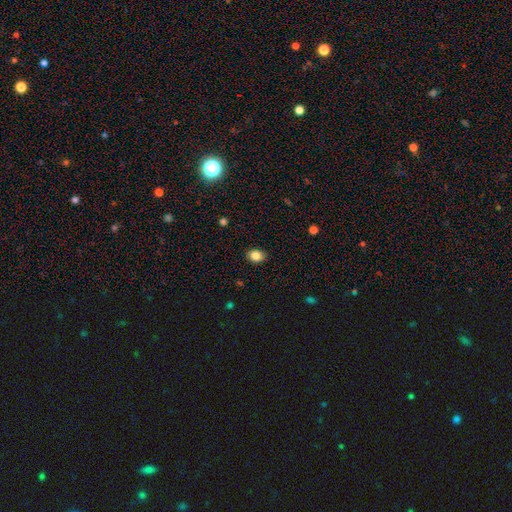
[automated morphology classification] A smooth galaxy with no disk features (85%) that is in between round and cigar-shaped (59%). Merging: none (88%).